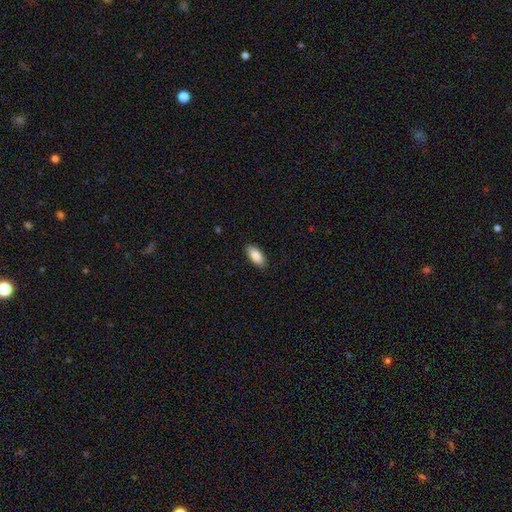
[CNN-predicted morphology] This appears to be a smooth galaxy with no disk features (88%) that is in between round and cigar-shaped (89%). Merging: none (87%).